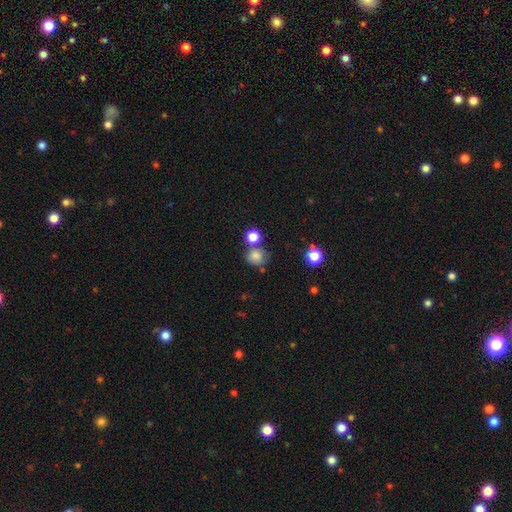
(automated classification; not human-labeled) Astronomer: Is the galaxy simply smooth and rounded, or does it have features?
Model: smooth — 80%.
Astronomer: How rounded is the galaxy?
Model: round — 85%.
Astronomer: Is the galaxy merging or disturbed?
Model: none — 64%.